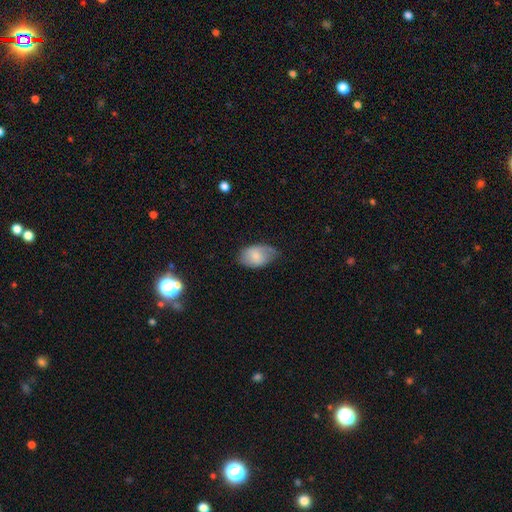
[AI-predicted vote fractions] Smooth or featured?
  - smooth: 75% *
  - featured or disk: 18%
  - star or artifact: 7%
How rounded?
  - in between: 92% *
  - round: 7%
  - cigar-shaped: 1%
Merging?
  - none: 59% *
  - minor disturbance: 32%
  - major disturbance: 8%
  - merger: 1%